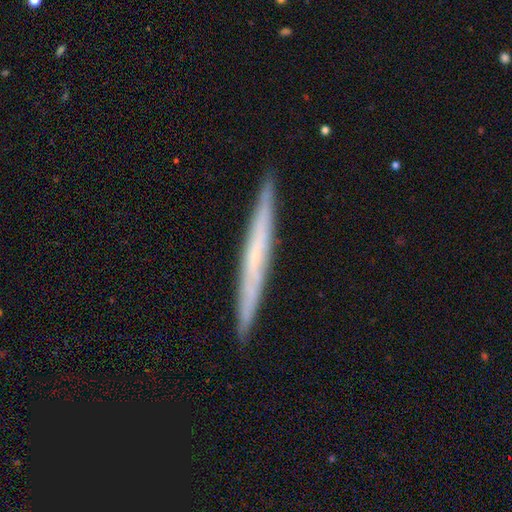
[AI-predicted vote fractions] This appears to be a featured or disk galaxy (55%) viewed edge-on (95%) with no central bulge (84%). Merging: none (91%).